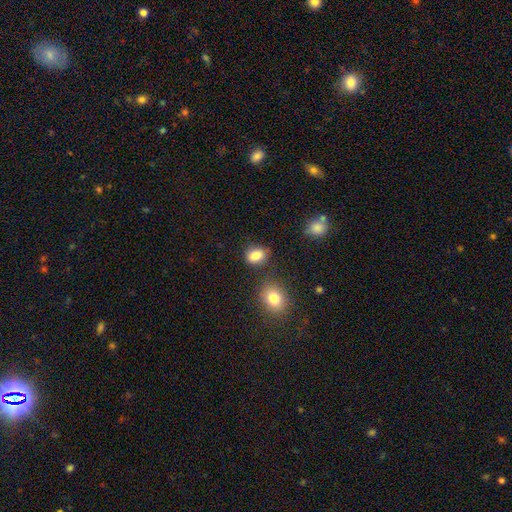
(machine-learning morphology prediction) A smooth galaxy with no disk features (85%) that is in between round and cigar-shaped (66%).

Vote fractions:
- Smooth or featured? smooth: 85% / star or artifact: 10% / featured or disk: 5%
- How rounded? in between: 66% / round: 32% / cigar-shaped: 1%
- Merging? none: 73% / minor disturbance: 16% / merger: 6% / major disturbance: 4%